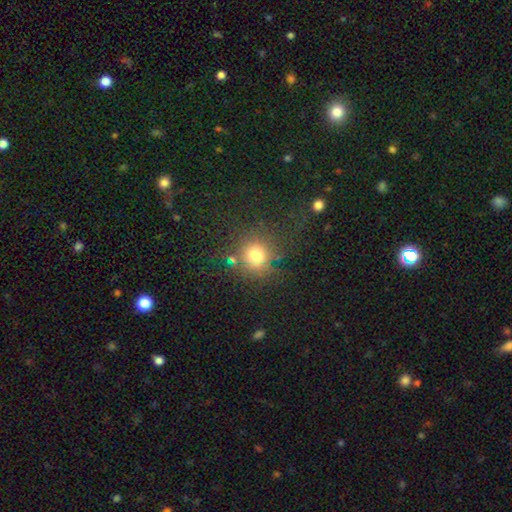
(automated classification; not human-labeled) Q: Smooth or featured?
A: smooth (72%); runner-up: star or artifact (20%)
Q: How rounded?
A: round (90%); runner-up: in between (9%)
Q: Merging?
A: none (76%); runner-up: minor disturbance (12%)